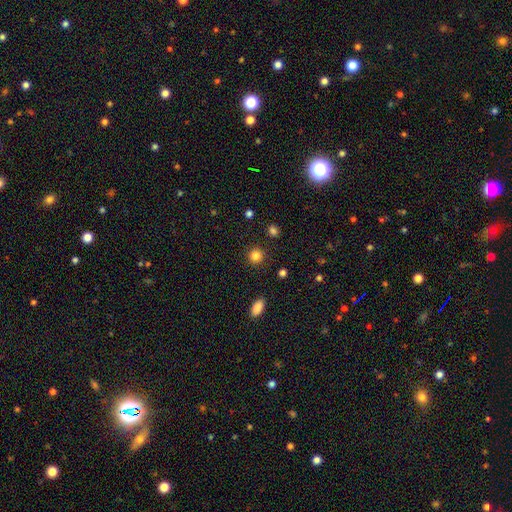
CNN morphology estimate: smooth 84%, star or artifact 11%, featured or disk 5%. Down the decision tree: how rounded — round (92%); merging — none (91%).